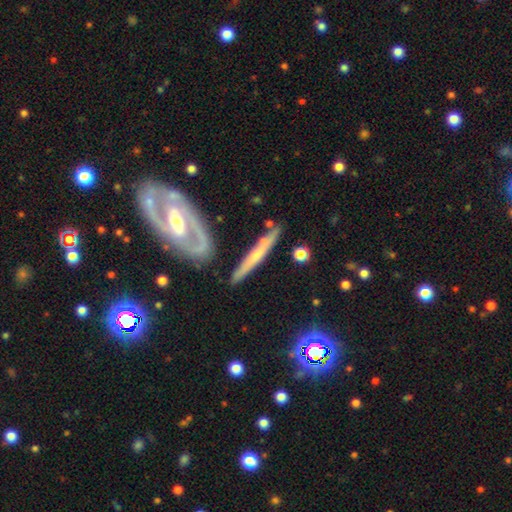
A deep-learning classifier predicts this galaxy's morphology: smooth_or_featured: featured or disk (p=0.59) [alt: smooth p=0.35]
disk_edge_on: yes (p=0.81) [alt: no p=0.19]
merging: none (p=0.80) [alt: minor disturbance p=0.12]